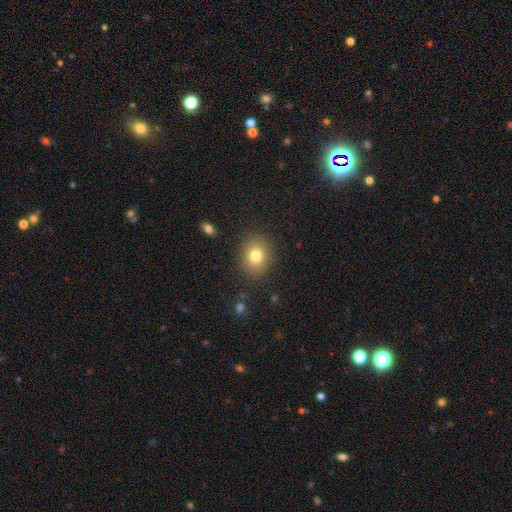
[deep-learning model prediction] Overall: smooth (79%). How rounded: round (65%; in between 34%). Merging: none (87%).